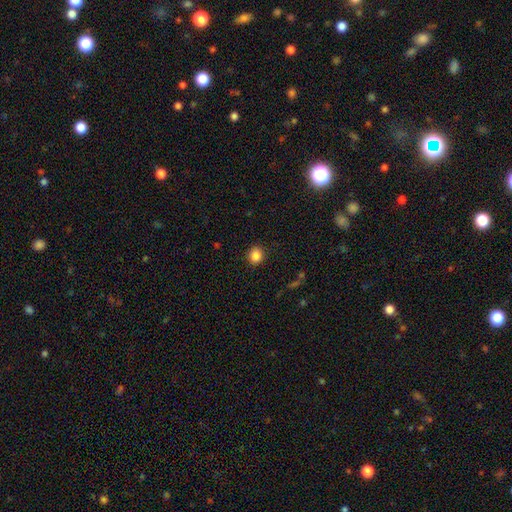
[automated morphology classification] smooth_or_featured: smooth (p=0.86) [alt: star or artifact p=0.10]
how_rounded: round (p=0.81) [alt: in between p=0.19]
merging: none (p=0.90) [alt: minor disturbance p=0.07]